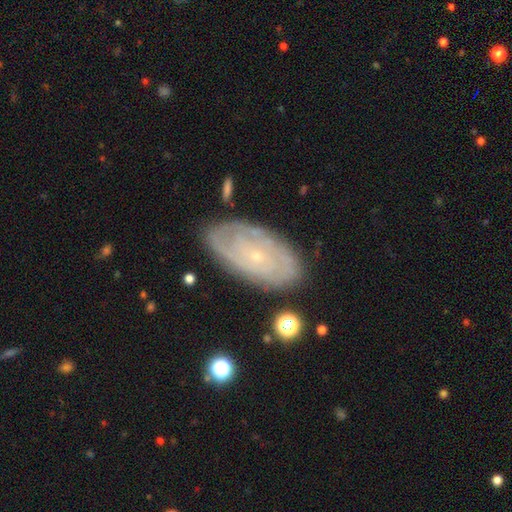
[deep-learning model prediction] Smooth or featured? featured or disk (75%)
Edge-on disk? no (94%)
Bar? no (81%)
Spiral arms? yes (84%)
Spiral winding? tight (76%)
Spiral arm count? can't tell (52%)
Bulge size? small (87%)
Merging? none (79%)